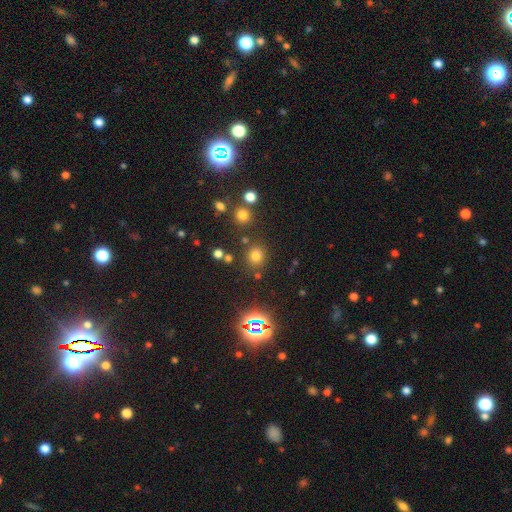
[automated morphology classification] smooth 69%, star or artifact 24%, featured or disk 6%. Down the decision tree: how rounded — round (85%); merging — none (81%).